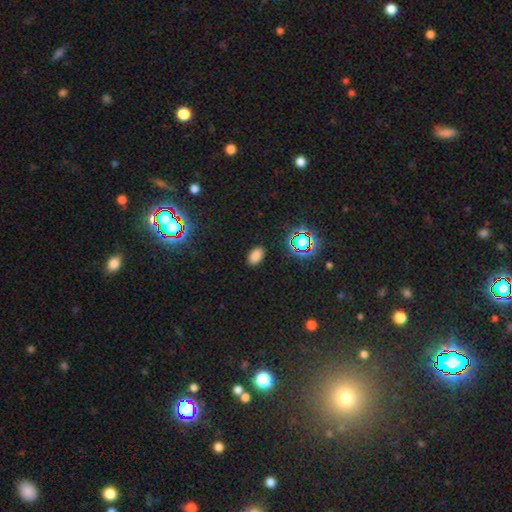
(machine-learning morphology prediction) This appears to be a smooth galaxy with no disk features (77%) that is in between round and cigar-shaped (90%). Merging: none (88%).